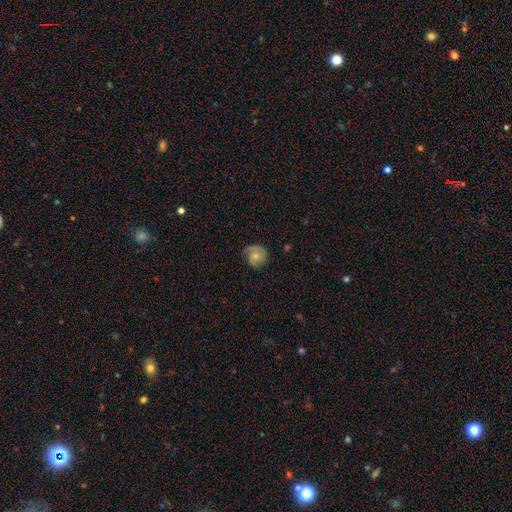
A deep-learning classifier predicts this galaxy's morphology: Smooth or featured? Predicted: featured or disk (p=0.60). Edge-on disk? Predicted: no (p=0.98). Bar? Predicted: no (p=0.74). Spiral arms? Predicted: yes (p=0.90). Spiral winding? Predicted: tight (p=0.49). Spiral arm count? Predicted: 2 (p=0.43). Bulge size? Predicted: small (p=0.52). Merging? Predicted: none (p=0.66).